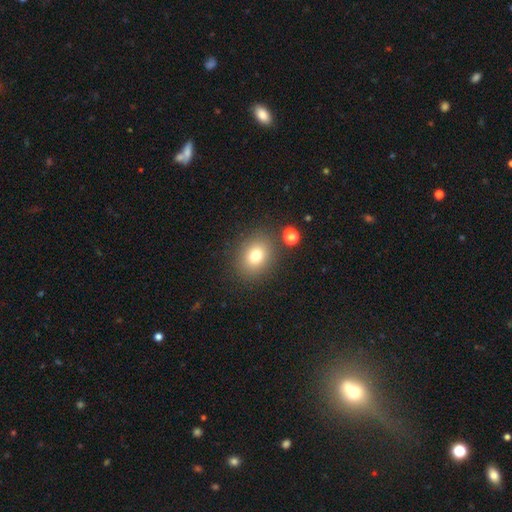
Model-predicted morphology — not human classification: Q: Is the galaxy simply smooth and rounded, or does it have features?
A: smooth — 76%.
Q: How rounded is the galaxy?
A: round — 54%.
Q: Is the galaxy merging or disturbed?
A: none — 83%.